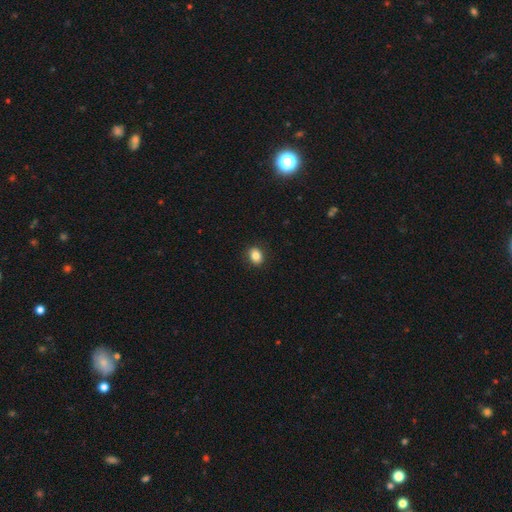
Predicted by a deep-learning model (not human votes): This appears to be a smooth galaxy with no disk features (84%) that is in between round and cigar-shaped (57%). Merging: none (89%).